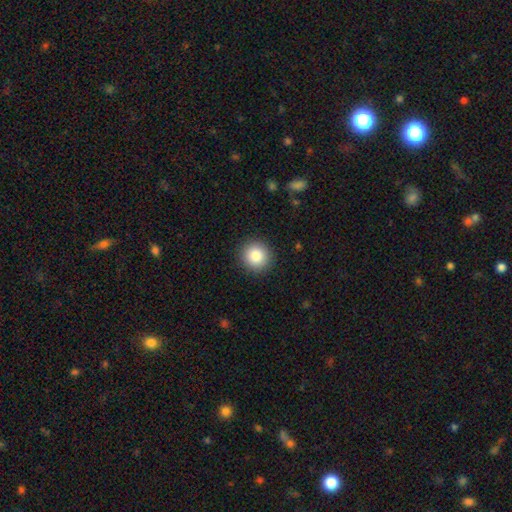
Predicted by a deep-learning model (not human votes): smooth_or_featured: smooth (p=0.85) [alt: star or artifact p=0.09]
how_rounded: round (p=0.93) [alt: in between p=0.06]
merging: none (p=0.92) [alt: minor disturbance p=0.06]